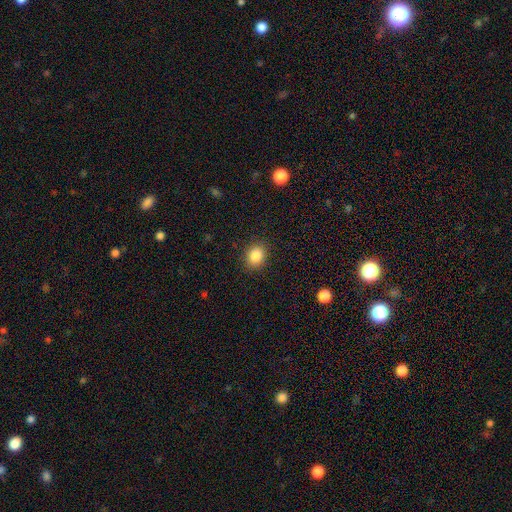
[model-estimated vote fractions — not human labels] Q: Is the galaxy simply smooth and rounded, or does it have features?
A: smooth — 85%.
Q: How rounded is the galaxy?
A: round — 55%.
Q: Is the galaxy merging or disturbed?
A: none — 88%.